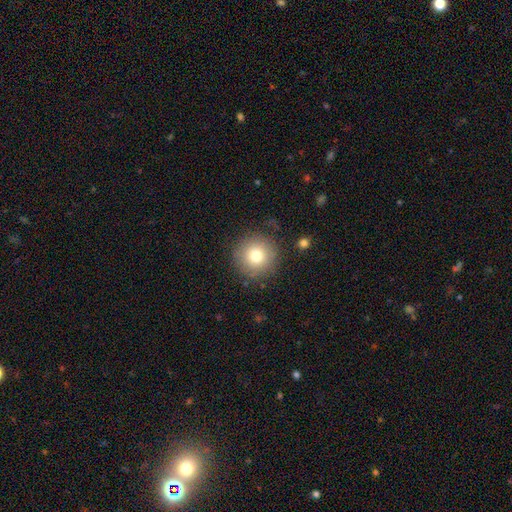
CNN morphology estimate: type=smooth (78%); roundness=round (96%); merging=none (87%).